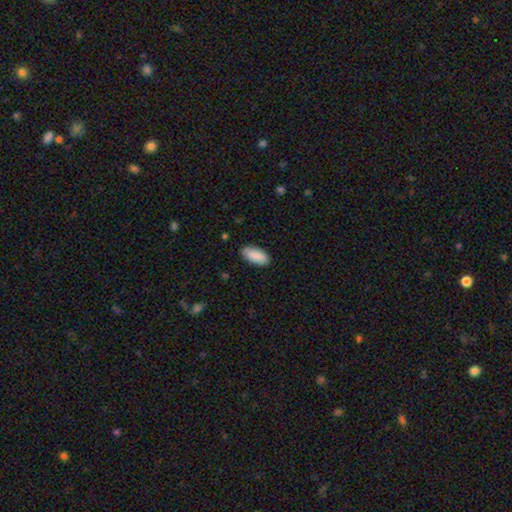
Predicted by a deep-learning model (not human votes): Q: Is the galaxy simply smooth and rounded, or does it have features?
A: smooth — 90%.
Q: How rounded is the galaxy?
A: in between — 91%.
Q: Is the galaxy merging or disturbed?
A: none — 87%.